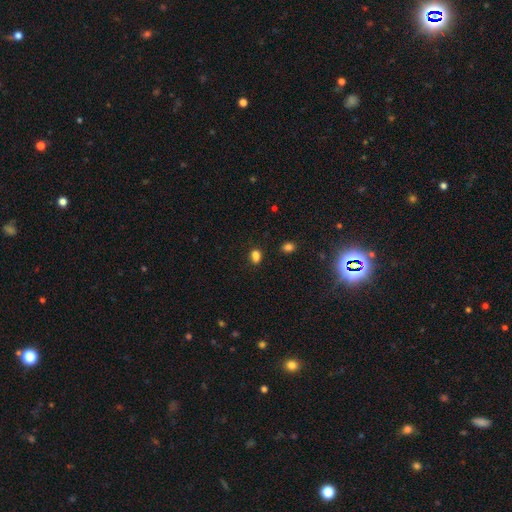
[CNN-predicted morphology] A smooth galaxy with no disk features (81%) that is in between round and cigar-shaped (71%).

Vote fractions:
- Smooth or featured? smooth: 81% / star or artifact: 15% / featured or disk: 4%
- How rounded? in between: 71% / round: 27% / cigar-shaped: 2%
- Merging? none: 75% / minor disturbance: 15% / merger: 6% / major disturbance: 4%